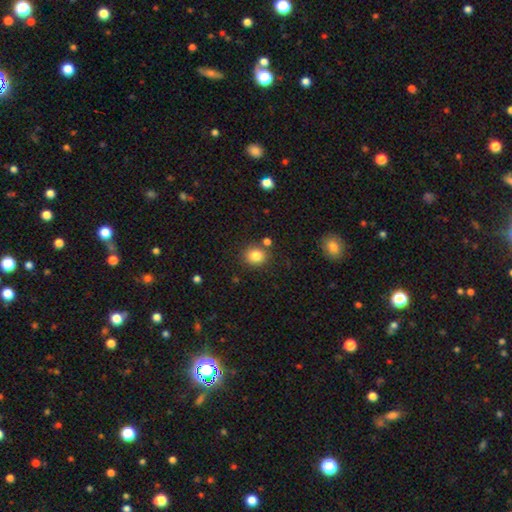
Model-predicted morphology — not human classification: Q: Smooth or featured?
A: smooth (83%); runner-up: star or artifact (11%)
Q: How rounded?
A: round (75%); runner-up: in between (25%)
Q: Merging?
A: none (79%); runner-up: minor disturbance (10%)